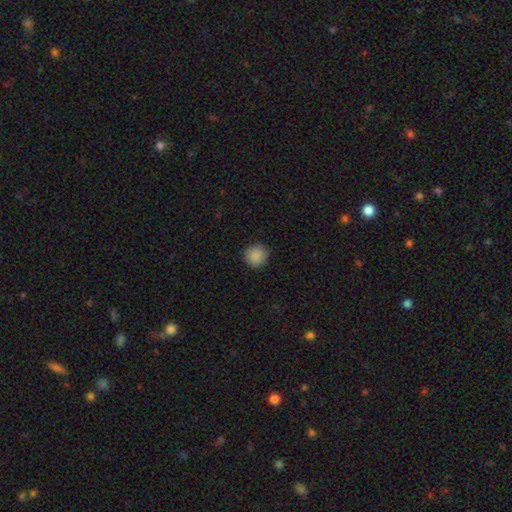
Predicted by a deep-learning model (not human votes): Smooth or featured: smooth — 88% (star or artifact — 9%)
How rounded: round — 92% (in between — 7%)
Merging: none — 90% (minor disturbance — 7%)